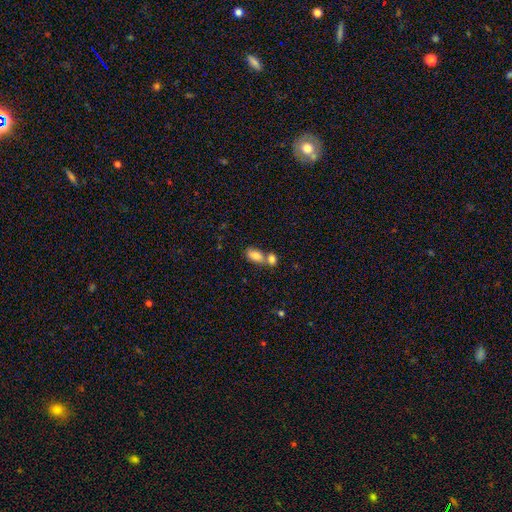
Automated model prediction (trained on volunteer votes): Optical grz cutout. It shows a smooth galaxy with no disk features (83%) that is in between round and cigar-shaped (90%). Merging: merger (54%).